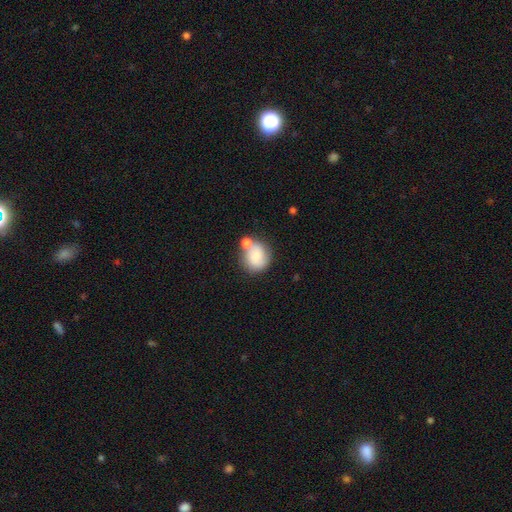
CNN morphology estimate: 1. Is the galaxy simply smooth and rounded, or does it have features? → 77% smooth, 15% featured or disk, 8% star or artifact.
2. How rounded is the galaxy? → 69% round, 30% in between, 1% cigar-shaped.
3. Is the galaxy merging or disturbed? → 44% none, 32% merger, 17% minor disturbance, 7% major disturbance.